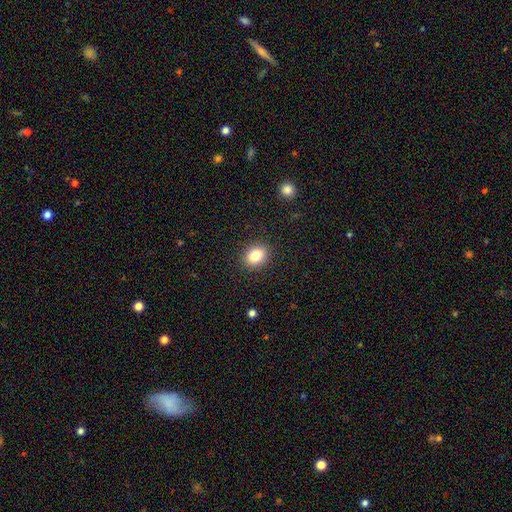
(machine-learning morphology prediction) type=smooth (83%); roundness=in between (53%); merging=none (89%).